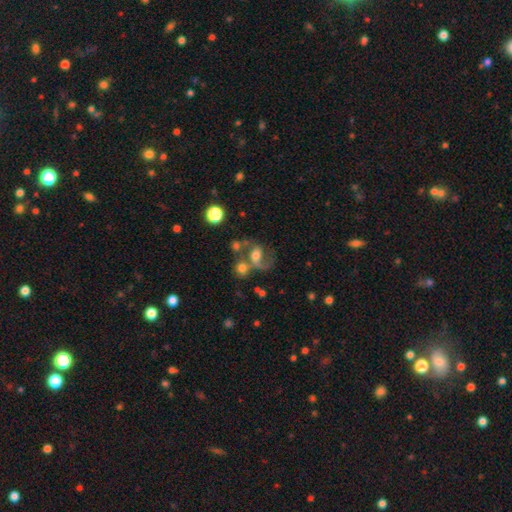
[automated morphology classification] Smooth or featured? Predicted: featured or disk (p=0.64). Edge-on disk? Predicted: no (p=0.97). Bar? Predicted: no (p=0.44). Spiral arms? Predicted: yes (p=0.83). Spiral winding? Predicted: medium (p=0.45). Spiral arm count? Predicted: 2 (p=0.74). Bulge size? Predicted: moderate (p=0.57). Merging? Predicted: none (p=0.42).